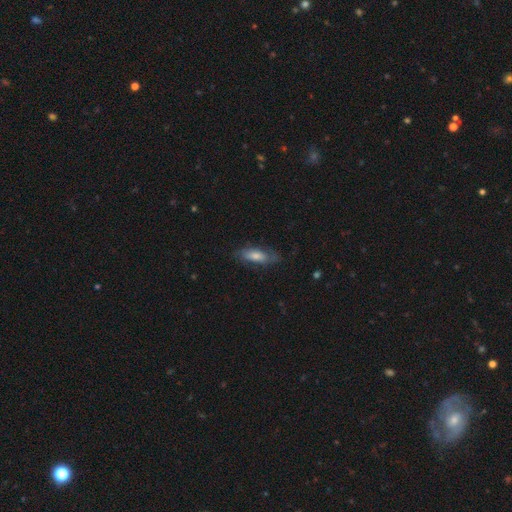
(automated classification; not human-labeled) This appears to be a smooth galaxy with no disk features (54%) that is in between round and cigar-shaped (60%). Merging: none (73%).